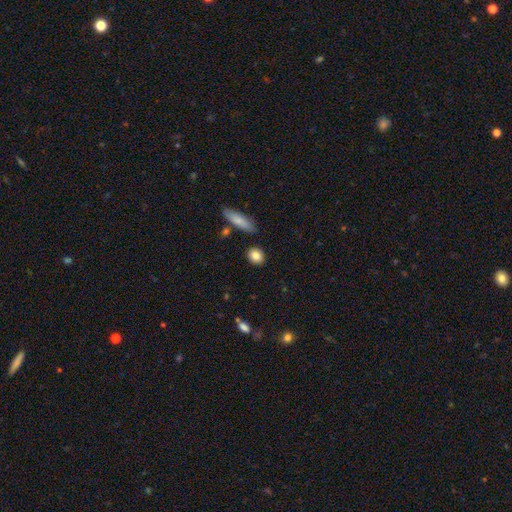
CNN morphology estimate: smooth-or-featured: smooth: 84% | star or artifact: 8% | featured or disk: 8%
  how-rounded: round: 60% | in between: 36% | cigar-shaped: 3%
  merging: none: 86% | minor disturbance: 9% | merger: 3% | major disturbance: 2%